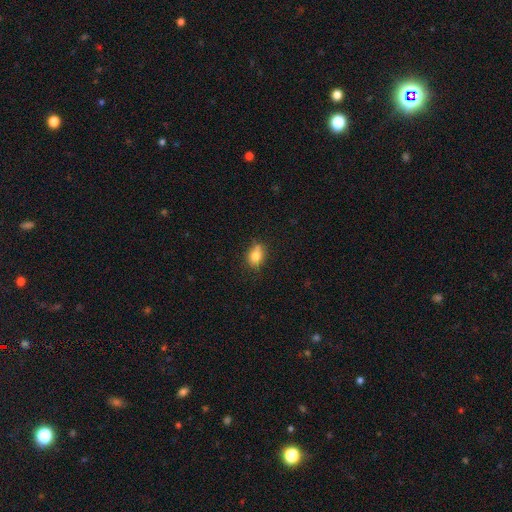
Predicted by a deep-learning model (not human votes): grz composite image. It shows a smooth galaxy with no disk features (80%) that is in between round and cigar-shaped (65%). Merging: none (65%).